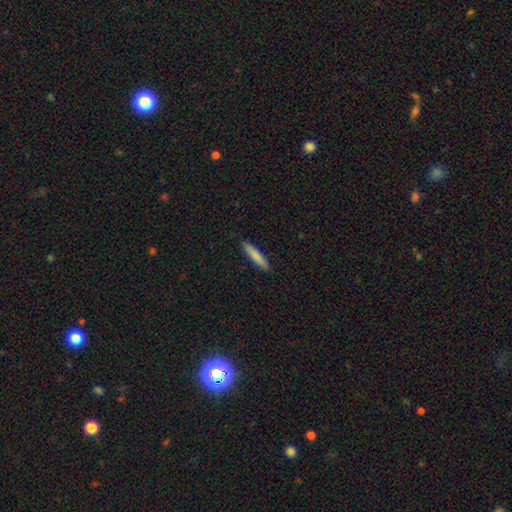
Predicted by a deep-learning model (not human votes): Smooth or featured?
  - smooth: 81% *
  - featured or disk: 13%
  - star or artifact: 6%
How rounded?
  - cigar-shaped: 91% *
  - in between: 8%
  - round: 1%
Merging?
  - none: 90% *
  - minor disturbance: 7%
  - major disturbance: 1%
  - merger: 1%